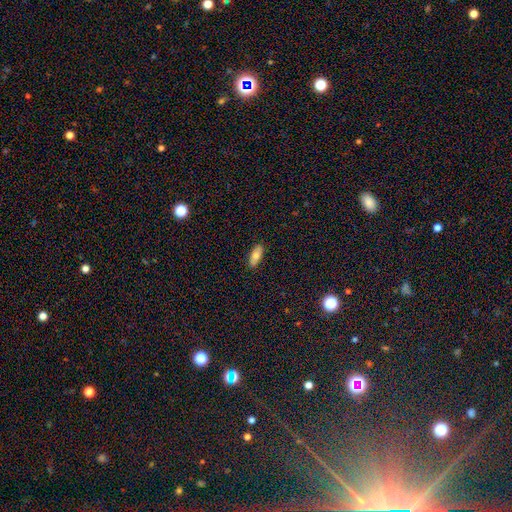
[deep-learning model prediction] smooth_or_featured: smooth (p=0.75) [alt: featured or disk p=0.18]
how_rounded: in between (p=0.78) [alt: cigar-shaped p=0.19]
merging: none (p=0.87) [alt: minor disturbance p=0.10]